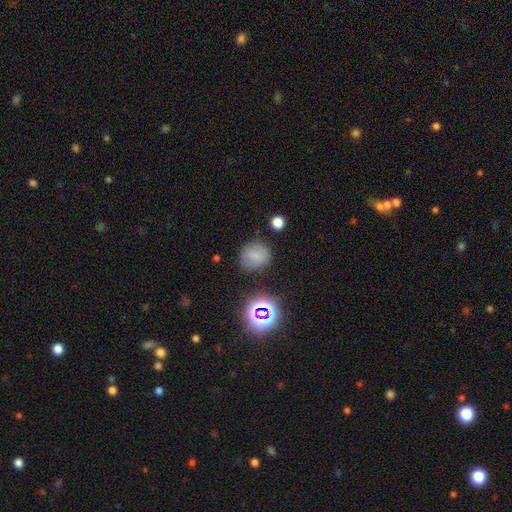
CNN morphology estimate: Smooth or featured?
  - smooth: 72% *
  - star or artifact: 17%
  - featured or disk: 11%
How rounded?
  - round: 80% *
  - in between: 19%
  - cigar-shaped: 1%
Merging?
  - none: 79% *
  - minor disturbance: 14%
  - major disturbance: 5%
  - merger: 3%